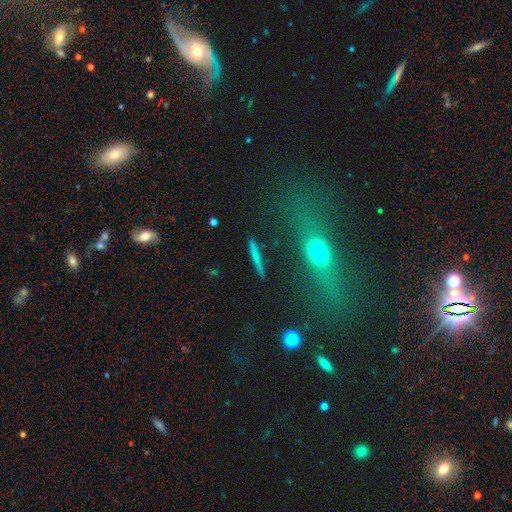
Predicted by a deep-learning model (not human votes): Smooth or featured? smooth (58%)
How rounded? cigar-shaped (88%)
Merging? none (83%)